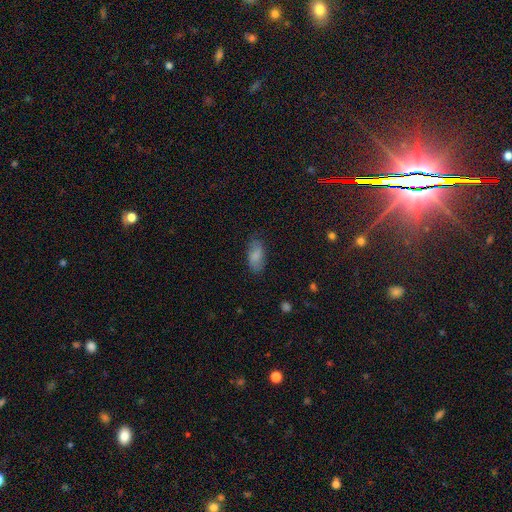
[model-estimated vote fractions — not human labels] Smooth or featured?
  - smooth: 82% *
  - featured or disk: 10%
  - star or artifact: 8%
How rounded?
  - in between: 90% *
  - cigar-shaped: 7%
  - round: 3%
Merging?
  - none: 77% *
  - minor disturbance: 18%
  - major disturbance: 5%
  - merger: 1%